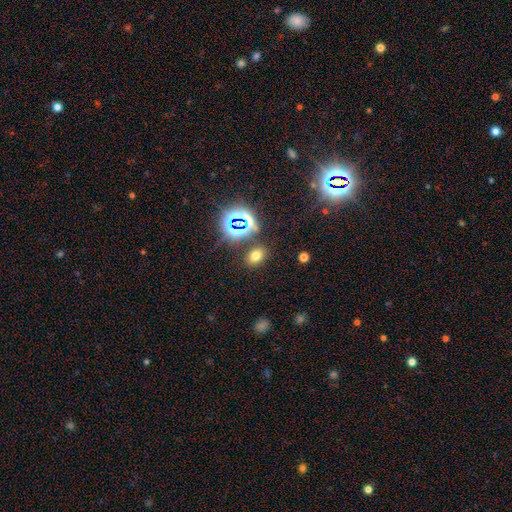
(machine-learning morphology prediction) Smooth or featured? smooth (66%)
How rounded? in between (73%)
Merging? none (83%)